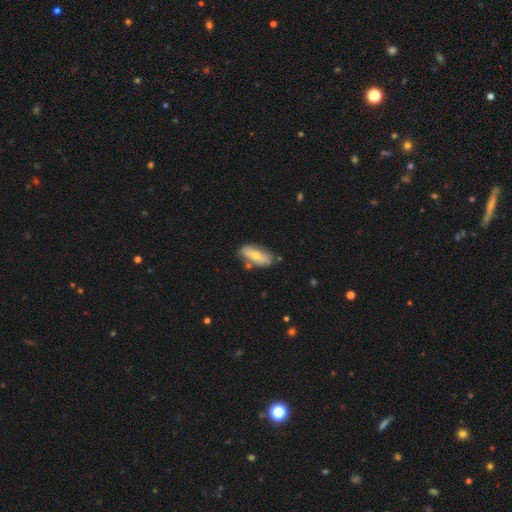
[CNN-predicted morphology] Smooth or featured? Predicted: smooth (p=0.63). How rounded? Predicted: in between (p=0.81). Merging? Predicted: none (p=0.70).